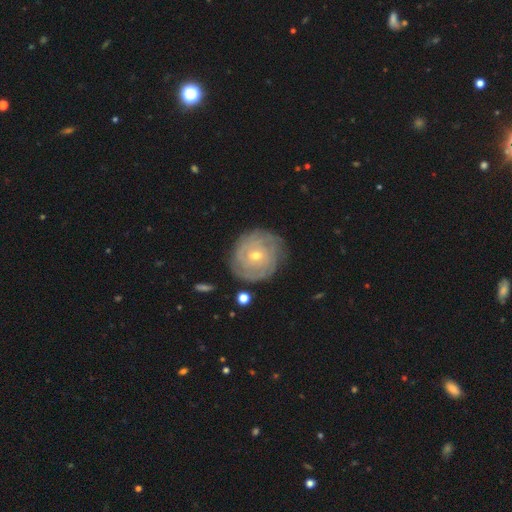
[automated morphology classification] The model was most divided on "bulge size": small: 55%, moderate: 42%, large: 1%, none: 1%, dominant: 1%. Remaining: edge-on disk — no (97%); spiral arms — yes (90%); spiral winding — tight (83%); merging — none (80%); smooth or featured — featured or disk (78%); bar — no (67%); spiral arm count — can't tell (47%).